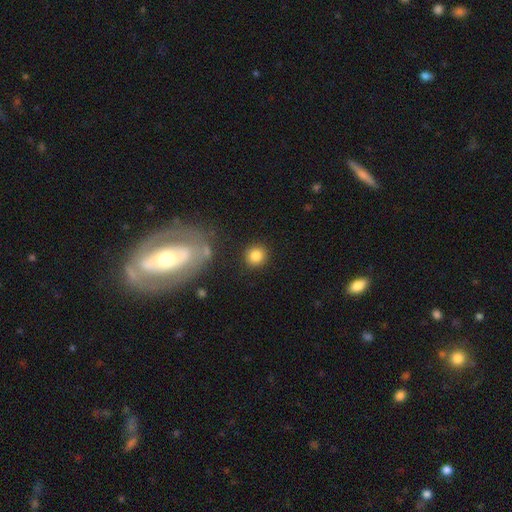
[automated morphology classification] Smooth or featured? smooth (84%)
How rounded? round (90%)
Merging? none (88%)